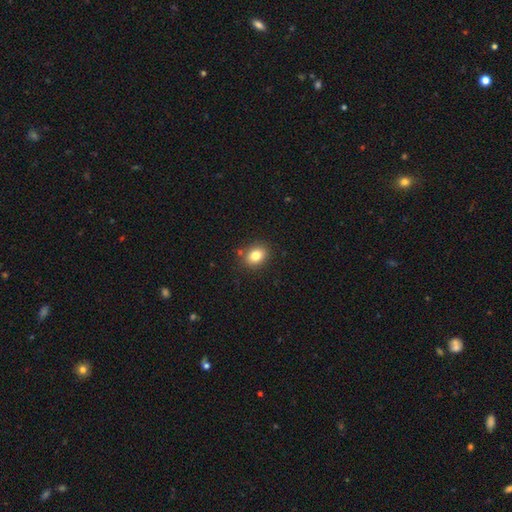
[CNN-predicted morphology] type=smooth (82%); roundness=in between (55%); merging=none (84%).